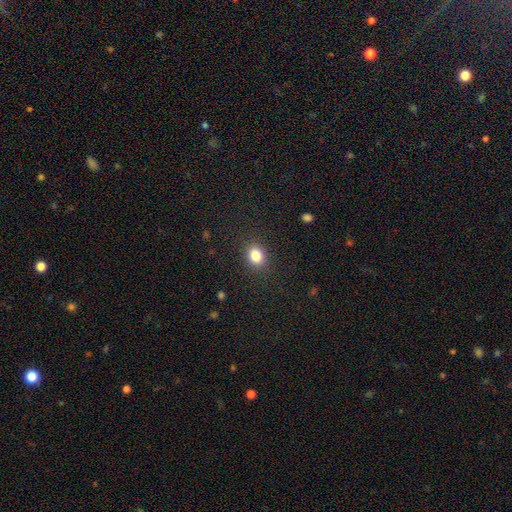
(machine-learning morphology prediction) Smooth or featured? smooth (83%)
How rounded? round (52%)
Merging? none (87%)